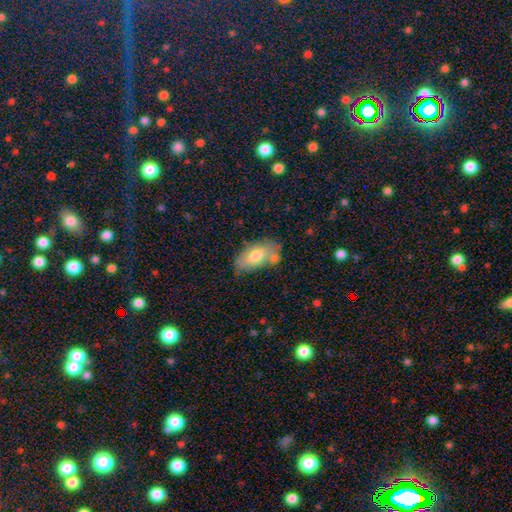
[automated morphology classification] Smooth or featured? smooth (68%)
How rounded? in between (91%)
Merging? none (54%)